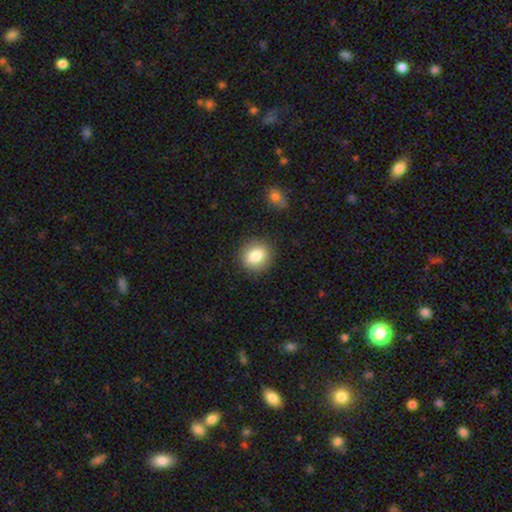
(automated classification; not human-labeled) smooth_or_featured: smooth (p=0.82) [alt: star or artifact p=0.09]
how_rounded: round (p=0.74) [alt: in between p=0.25]
merging: none (p=0.88) [alt: minor disturbance p=0.08]